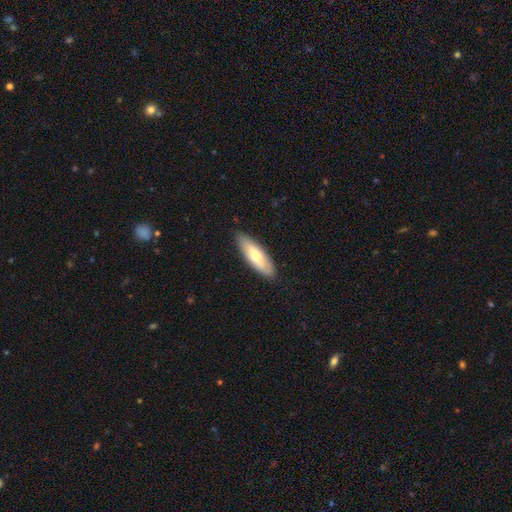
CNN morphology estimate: A smooth galaxy with no disk features (66%) that is in between round and cigar-shaped (52%).

Vote fractions:
- Smooth or featured? smooth: 66% / featured or disk: 29% / star or artifact: 5%
- How rounded? in between: 52% / cigar-shaped: 46% / round: 2%
- Merging? none: 87% / minor disturbance: 10% / major disturbance: 2% / merger: 1%